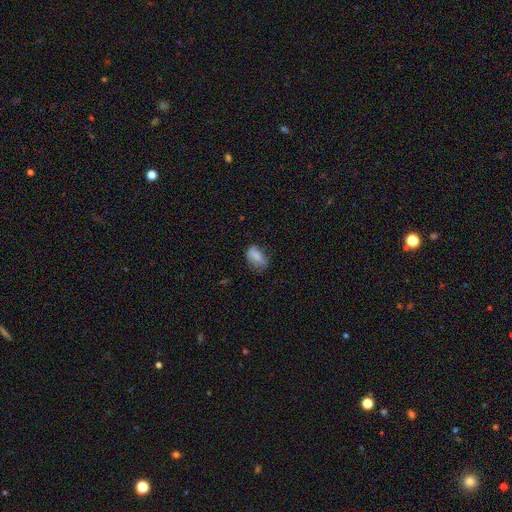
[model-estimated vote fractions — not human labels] Smooth or featured? Predicted: smooth (p=0.80). How rounded? Predicted: in between (p=0.87). Merging? Predicted: none (p=0.57).